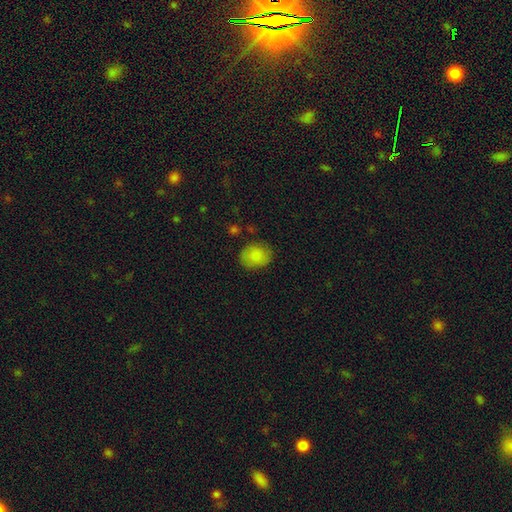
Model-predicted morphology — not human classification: Smooth or featured? smooth (84%)
How rounded? round (50%)
Merging? none (76%)